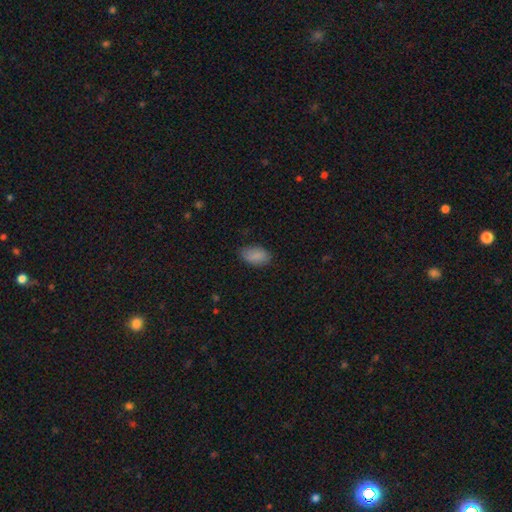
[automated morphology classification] A smooth galaxy with no disk features (87%) that is in between round and cigar-shaped (92%).

Vote fractions:
- Smooth or featured? smooth: 87% / star or artifact: 8% / featured or disk: 5%
- How rounded? in between: 92% / round: 5% / cigar-shaped: 2%
- Merging? none: 78% / minor disturbance: 18% / major disturbance: 4% / merger: 1%